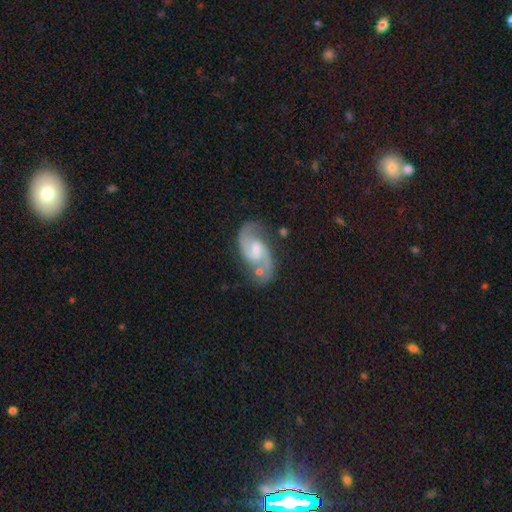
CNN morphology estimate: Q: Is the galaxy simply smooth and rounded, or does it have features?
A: featured or disk — 87%.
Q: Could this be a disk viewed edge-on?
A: no — 98%.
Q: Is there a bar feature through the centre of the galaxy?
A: weak — 52%.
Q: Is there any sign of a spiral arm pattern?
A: yes — 97%.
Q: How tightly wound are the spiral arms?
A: medium — 55%.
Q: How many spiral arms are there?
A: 2 — 94%.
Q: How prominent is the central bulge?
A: moderate — 47%.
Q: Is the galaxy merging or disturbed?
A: none — 76%.